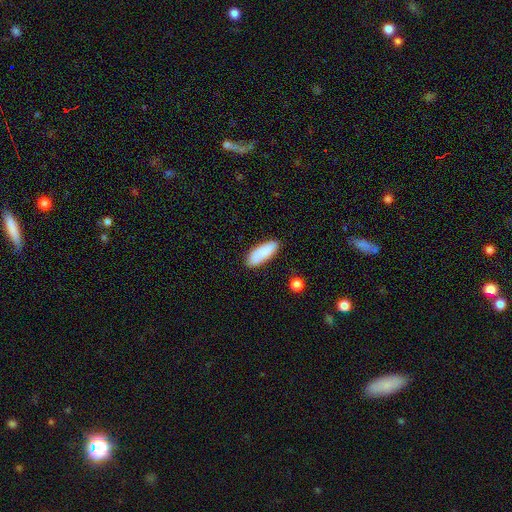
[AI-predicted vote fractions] A smooth galaxy with no disk features (86%) that is in between round and cigar-shaped (70%). Merging: none (80%).